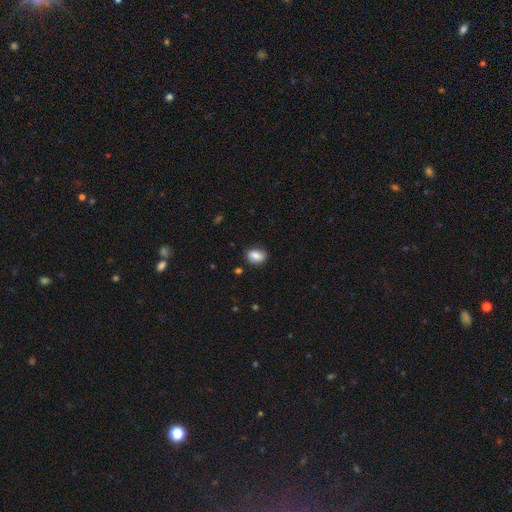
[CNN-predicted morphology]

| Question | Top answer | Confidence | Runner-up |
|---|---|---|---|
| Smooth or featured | smooth | 83% | featured or disk (9%) |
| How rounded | in between | 71% | round (27%) |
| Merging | none | 77% | minor disturbance (18%) |